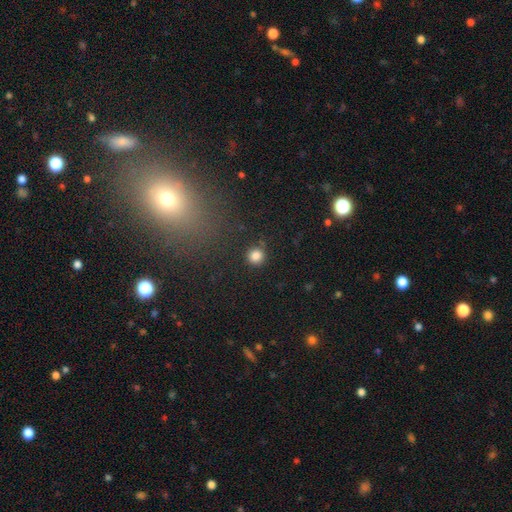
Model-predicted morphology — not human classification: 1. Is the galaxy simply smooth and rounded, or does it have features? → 84% smooth, 12% star or artifact, 4% featured or disk.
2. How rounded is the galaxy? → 93% round, 6% in between, 1% cigar-shaped.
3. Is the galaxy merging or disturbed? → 87% none, 7% minor disturbance, 3% major disturbance, 3% merger.